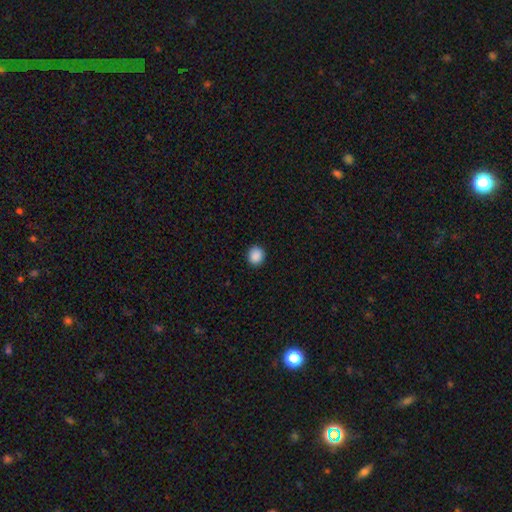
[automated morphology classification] smooth-or-featured: smooth: 89% | star or artifact: 9% | featured or disk: 2%
  how-rounded: round: 83% | in between: 16% | cigar-shaped: 1%
  merging: none: 92% | minor disturbance: 6% | major disturbance: 2% | merger: 1%